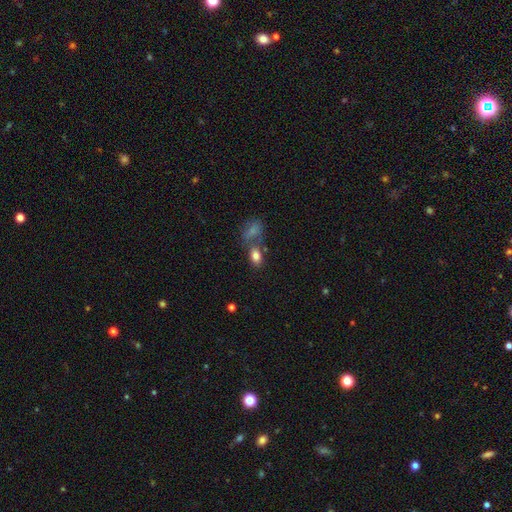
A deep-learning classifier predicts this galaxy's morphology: type=smooth (82%); roundness=in between (87%); merging=none (52%).